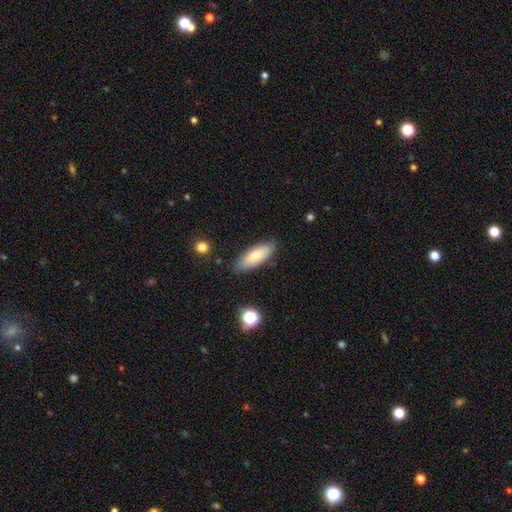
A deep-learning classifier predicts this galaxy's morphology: Smooth or featured?
  - smooth: 73% *
  - featured or disk: 20%
  - star or artifact: 6%
How rounded?
  - in between: 71% *
  - cigar-shaped: 27%
  - round: 2%
Merging?
  - none: 82% *
  - minor disturbance: 14%
  - major disturbance: 3%
  - merger: 2%